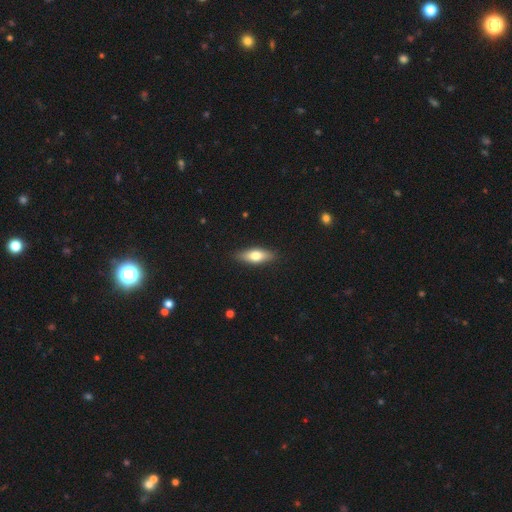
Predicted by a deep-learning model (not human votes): Smooth or featured: smooth — 65% (featured or disk — 29%)
How rounded: in between — 62% (cigar-shaped — 35%)
Merging: none — 88% (minor disturbance — 9%)